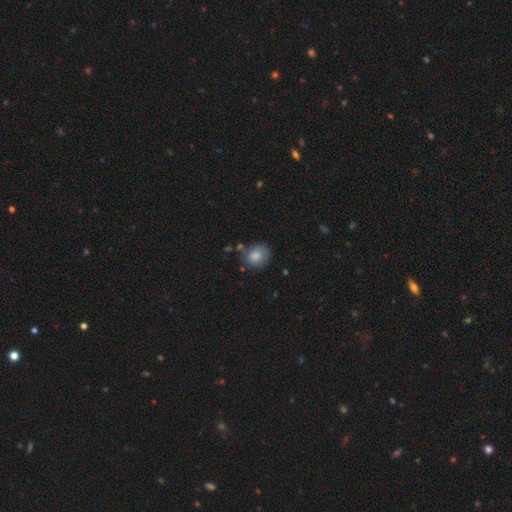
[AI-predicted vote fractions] smooth 81%, featured or disk 10%, star or artifact 8%. Down the decision tree: how rounded — round (71%); merging — none (69%).